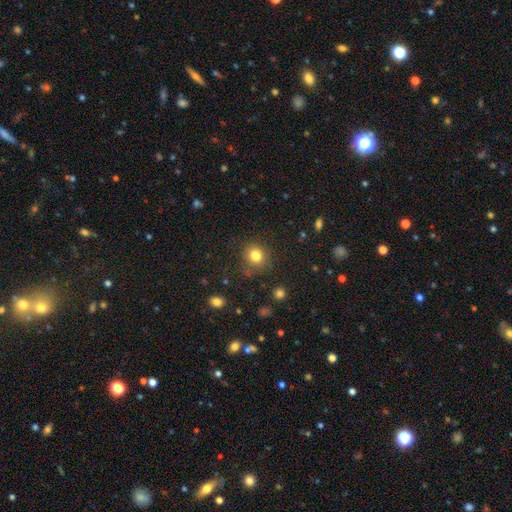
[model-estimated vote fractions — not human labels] smooth 81%, star or artifact 12%, featured or disk 6%. Down the decision tree: how rounded — round (84%); merging — none (81%).